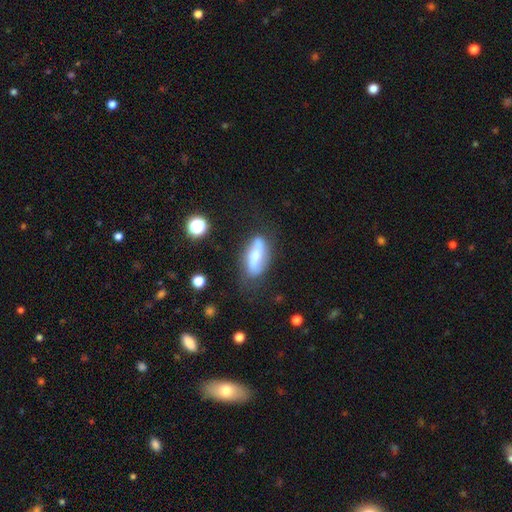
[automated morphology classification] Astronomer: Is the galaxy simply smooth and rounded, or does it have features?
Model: featured or disk — 53% (runner-up: smooth, 39%).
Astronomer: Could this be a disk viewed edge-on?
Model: no — 82%.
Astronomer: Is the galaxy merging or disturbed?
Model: none — 66%.